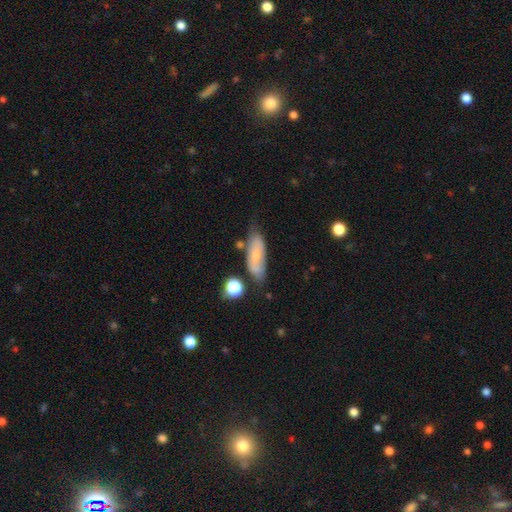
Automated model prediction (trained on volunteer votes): Q: Smooth or featured?
A: smooth (57%); runner-up: featured or disk (35%)
Q: How rounded?
A: in between (64%); runner-up: cigar-shaped (33%)
Q: Merging?
A: none (62%); runner-up: minor disturbance (25%)